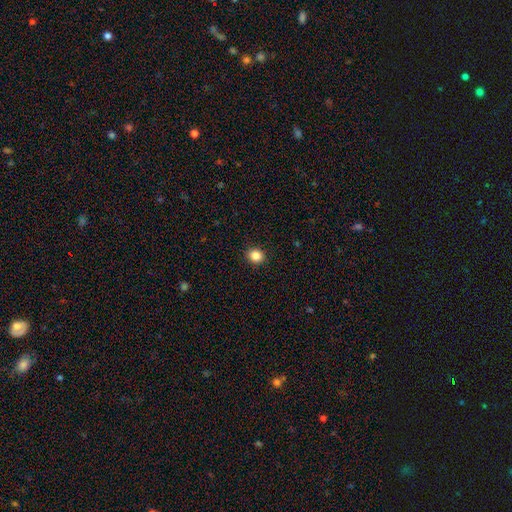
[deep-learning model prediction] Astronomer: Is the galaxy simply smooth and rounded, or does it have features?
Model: smooth — 86%.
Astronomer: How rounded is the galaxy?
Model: round — 80%.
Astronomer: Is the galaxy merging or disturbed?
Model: none — 91%.